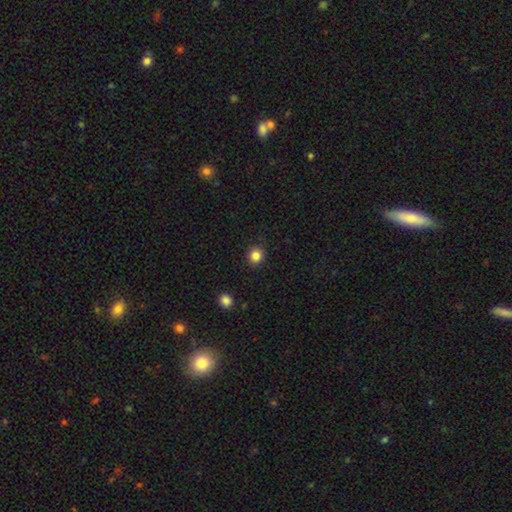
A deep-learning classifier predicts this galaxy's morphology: Overall: smooth (85%). How rounded: round (90%). Merging: none (90%).